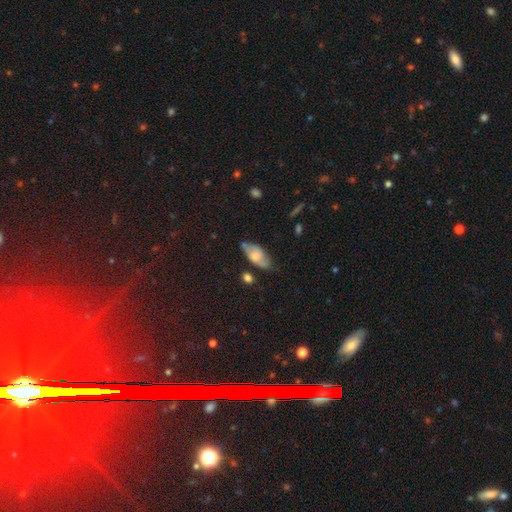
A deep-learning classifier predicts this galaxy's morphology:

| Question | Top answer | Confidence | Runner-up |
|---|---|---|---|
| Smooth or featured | smooth | 55% | featured or disk (37%) |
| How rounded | in between | 87% | cigar-shaped (9%) |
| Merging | none | 59% | minor disturbance (29%) |